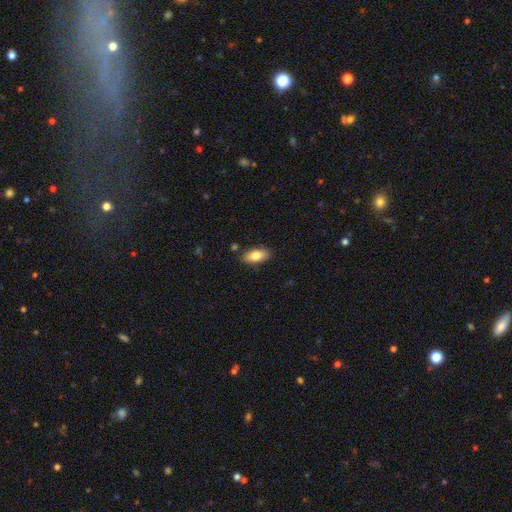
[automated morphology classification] smooth 79%, featured or disk 14%, star or artifact 7%. Down the decision tree: how rounded — in between (89%); merging — none (85%).